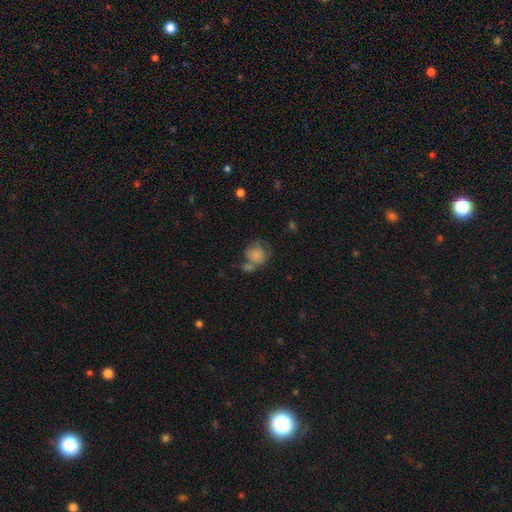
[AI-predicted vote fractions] Smooth or featured?
  - smooth: 75% *
  - featured or disk: 17%
  - star or artifact: 8%
How rounded?
  - round: 73% *
  - in between: 26%
  - cigar-shaped: 1%
Merging?
  - none: 34% *
  - merger: 30%
  - minor disturbance: 20%
  - major disturbance: 16%